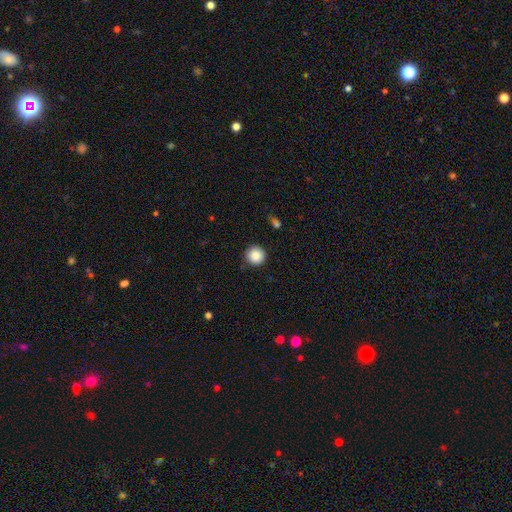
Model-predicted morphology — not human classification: Q: Smooth or featured?
A: smooth (87%); runner-up: star or artifact (9%)
Q: How rounded?
A: round (95%); runner-up: in between (4%)
Q: Merging?
A: none (87%); runner-up: minor disturbance (9%)